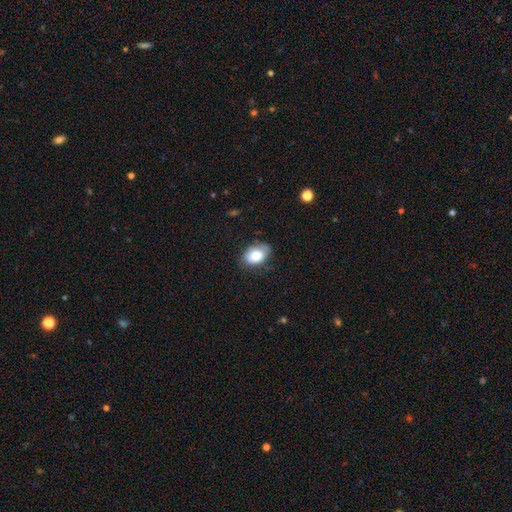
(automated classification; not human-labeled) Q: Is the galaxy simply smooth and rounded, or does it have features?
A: smooth — 78%.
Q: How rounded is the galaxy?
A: in between — 84%.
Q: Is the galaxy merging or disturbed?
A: none — 71%.